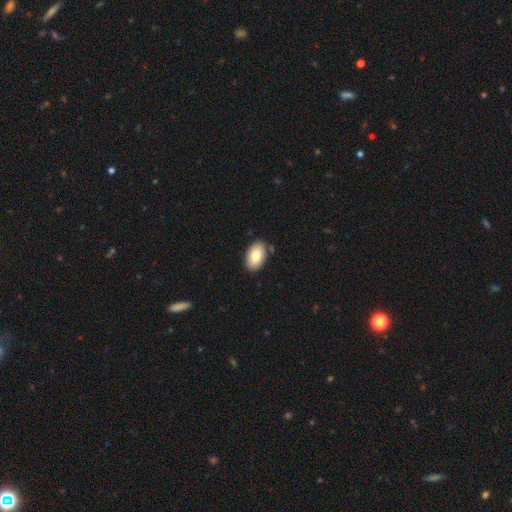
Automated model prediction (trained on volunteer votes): A smooth galaxy with no disk features (80%) that is in between round and cigar-shaped (93%). Merging: none (85%).